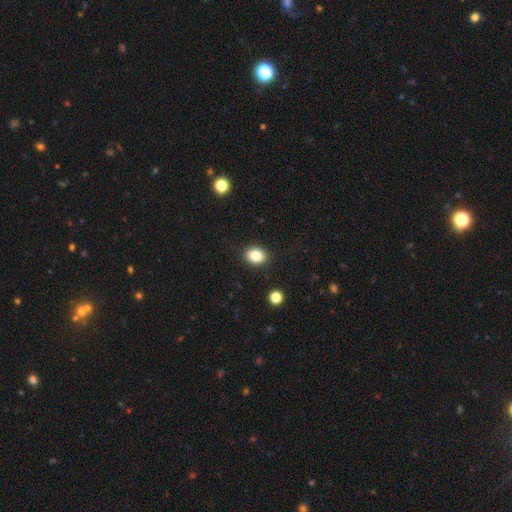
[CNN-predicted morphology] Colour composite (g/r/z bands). It shows a smooth galaxy with no disk features (84%) that is in between round and cigar-shaped (51%). Merging: none (90%).